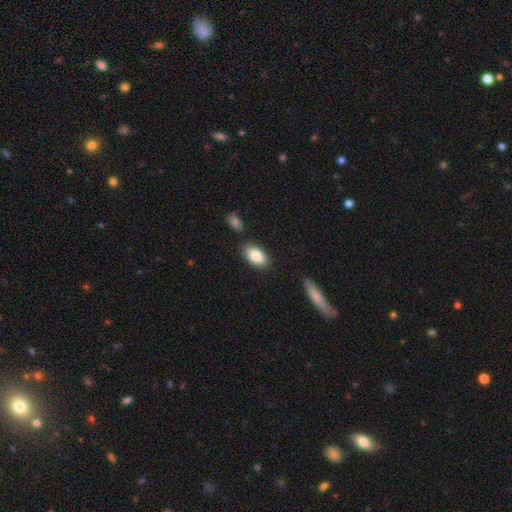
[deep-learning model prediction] The model was most divided on "merging": none: 81%, minor disturbance: 11%, merger: 4%, major disturbance: 3%. More confident: how rounded — in between (93%); smooth or featured — smooth (87%).